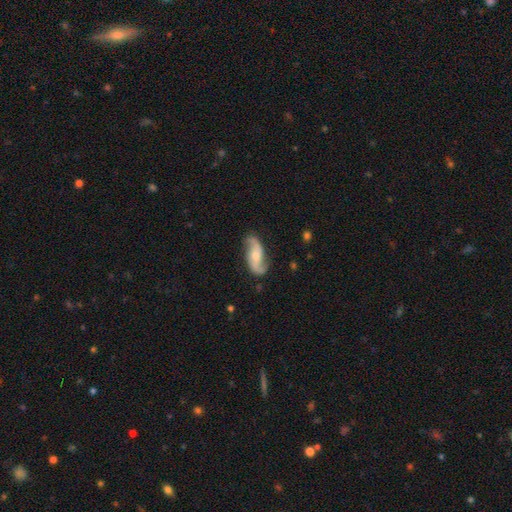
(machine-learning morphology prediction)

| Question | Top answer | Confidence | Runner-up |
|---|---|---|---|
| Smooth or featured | featured or disk | 81% | smooth (14%) |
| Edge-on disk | no | 95% | yes (5%) |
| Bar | no | 51% | weak (38%) |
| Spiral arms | yes | 96% | no (4%) |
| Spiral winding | loose | 62% | medium (30%) |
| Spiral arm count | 2 | 92% | can't tell (3%) |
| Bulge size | moderate | 49% | small (34%) |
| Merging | none | 77% | minor disturbance (16%) |